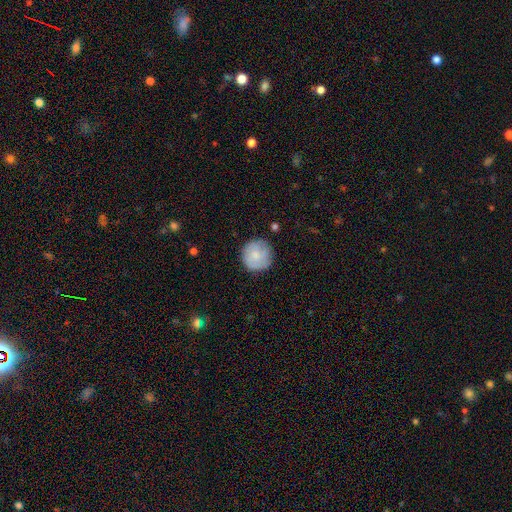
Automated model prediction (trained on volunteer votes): Smooth or featured?
  - smooth: 70% *
  - featured or disk: 23%
  - star or artifact: 6%
How rounded?
  - round: 94% *
  - in between: 5%
  - cigar-shaped: 1%
Merging?
  - none: 81% *
  - minor disturbance: 14%
  - major disturbance: 4%
  - merger: 1%